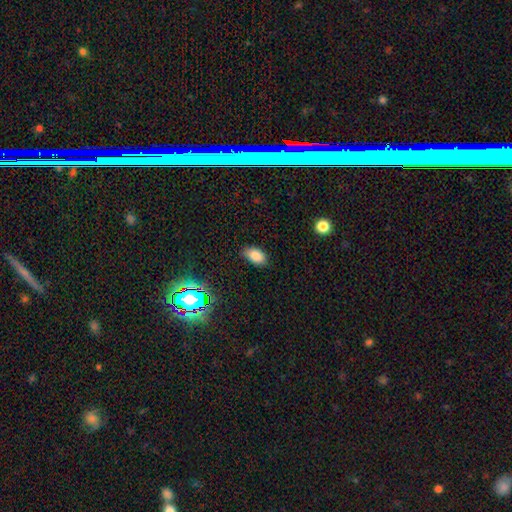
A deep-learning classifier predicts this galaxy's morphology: This is clearly a smooth galaxy (81%). How rounded: clearly in between (91%). Merging: likely none (75%).